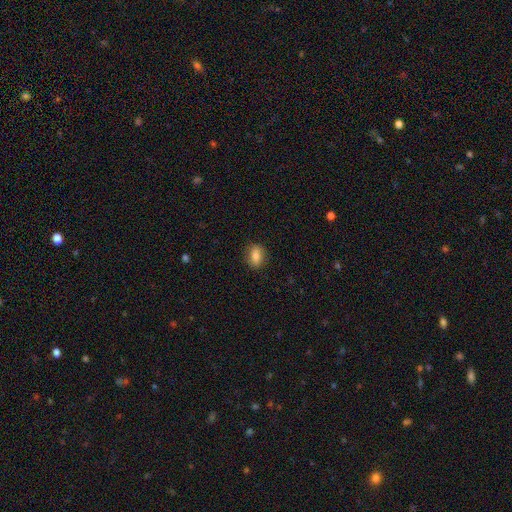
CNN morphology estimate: This is likely a smooth galaxy (78%). How rounded: likely in between (72%). Merging: clearly none (85%).